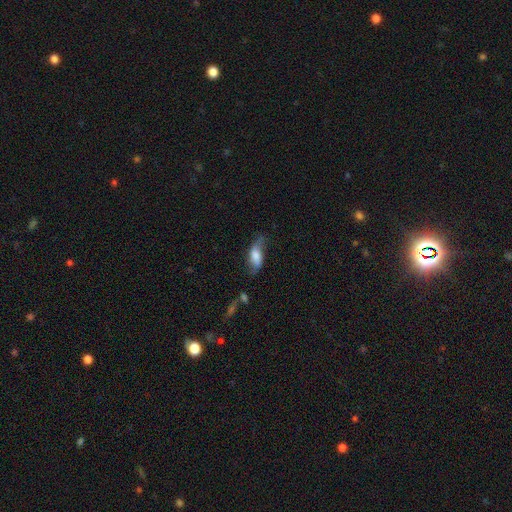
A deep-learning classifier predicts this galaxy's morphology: A smooth galaxy with no disk features (55%) that is in between round and cigar-shaped (80%). Merging: none (49%).